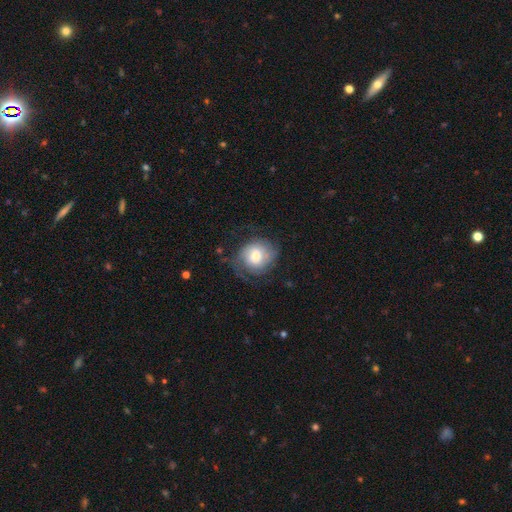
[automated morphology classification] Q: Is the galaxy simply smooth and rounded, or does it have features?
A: featured or disk — 48%.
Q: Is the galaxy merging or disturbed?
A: none — 57%.